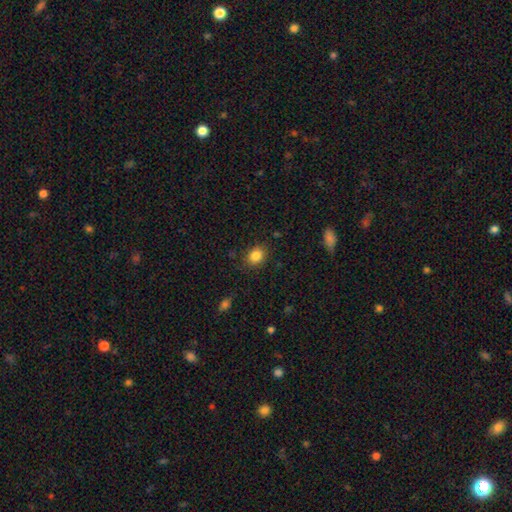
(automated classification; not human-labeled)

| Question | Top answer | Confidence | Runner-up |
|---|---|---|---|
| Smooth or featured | smooth | 85% | star or artifact (10%) |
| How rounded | in between | 50% | round (49%) |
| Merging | none | 85% | minor disturbance (11%) |